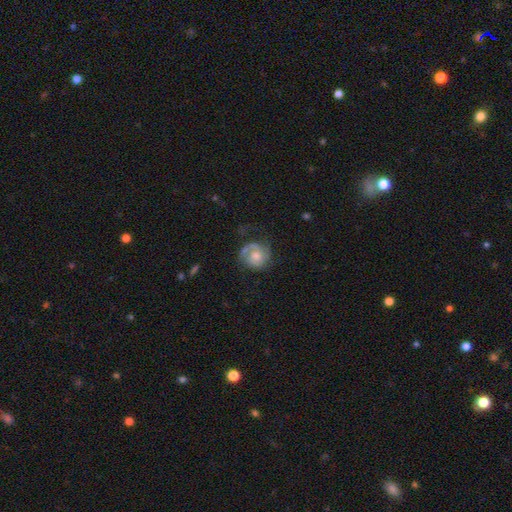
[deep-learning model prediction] Smooth or featured? Predicted: featured or disk (p=0.65). Edge-on disk? Predicted: no (p=0.98). Bar? Predicted: no (p=0.74). Spiral arms? Predicted: yes (p=0.88). Spiral winding? Predicted: tight (p=0.49). Spiral arm count? Predicted: 1 (p=0.41). Bulge size? Predicted: moderate (p=0.54). Merging? Predicted: none (p=0.60).